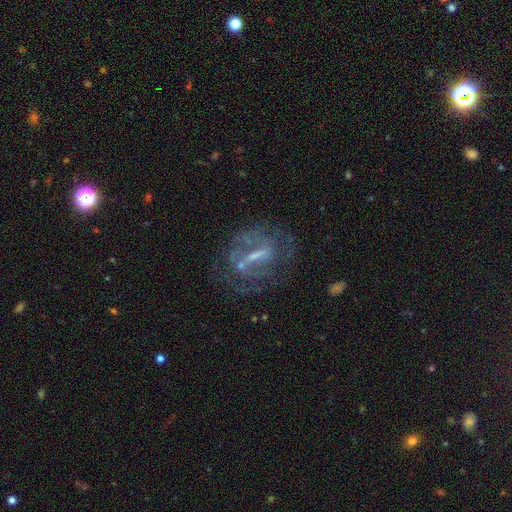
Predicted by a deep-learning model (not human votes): smooth-or-featured: featured or disk: 72% | smooth: 16% | star or artifact: 13%
  disk-edge-on: no: 90% | yes: 10%
    bar: strong: 44% | weak: 37% | no: 20%
    has-spiral-arms: yes: 58% | no: 42%
    bulge-size: small: 39% | none: 29% | moderate: 27% | large: 4% | dominant: 1%
  merging: none: 57% | major disturbance: 20% | minor disturbance: 17% | merger: 6%